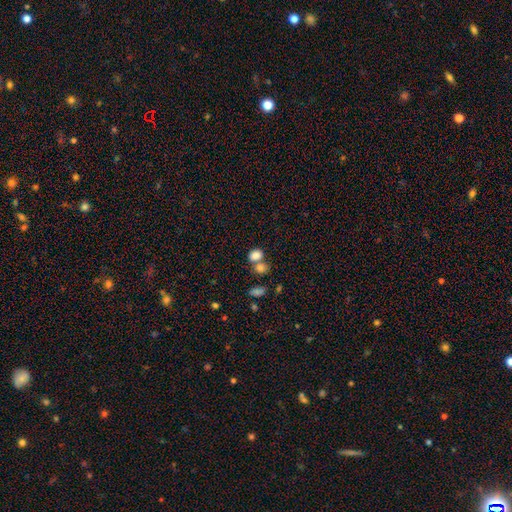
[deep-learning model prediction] This appears to be a smooth galaxy with no disk features (82%) that is in between round and cigar-shaped (62%). Merging: merger (45%).